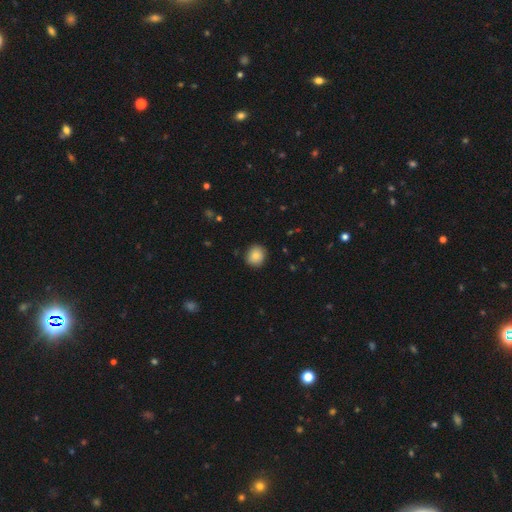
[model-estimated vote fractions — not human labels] smooth_or_featured: smooth (p=0.83) [alt: star or artifact p=0.09]
how_rounded: round (p=0.80) [alt: in between p=0.19]
merging: none (p=0.87) [alt: minor disturbance p=0.10]